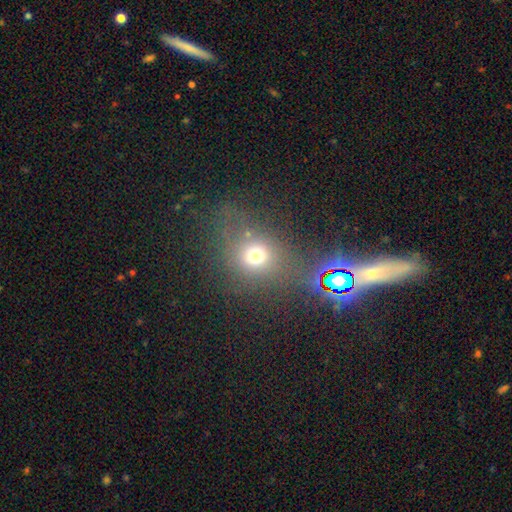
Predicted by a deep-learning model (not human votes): Smooth or featured: smooth — 67% (star or artifact — 22%)
How rounded: round — 72% (in between — 26%)
Merging: none — 57% (merger — 20%)